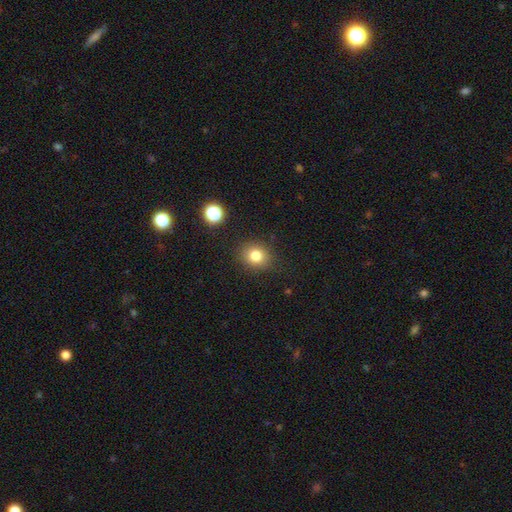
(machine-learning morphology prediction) Smooth or featured? Predicted: smooth (p=0.80). How rounded? Predicted: round (p=0.82). Merging? Predicted: none (p=0.87).